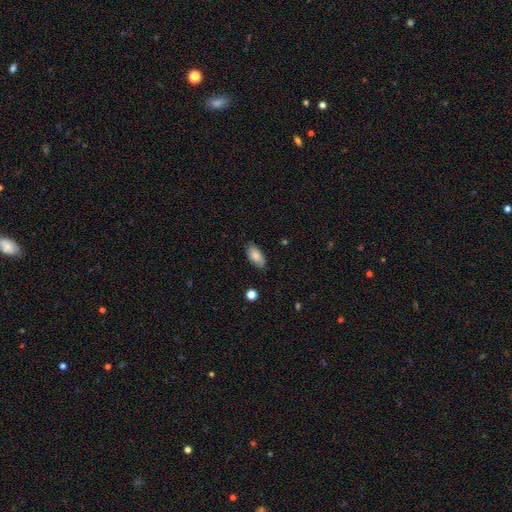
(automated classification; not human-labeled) Overall: smooth (82%). How rounded: in between (92%). Merging: none (80%).